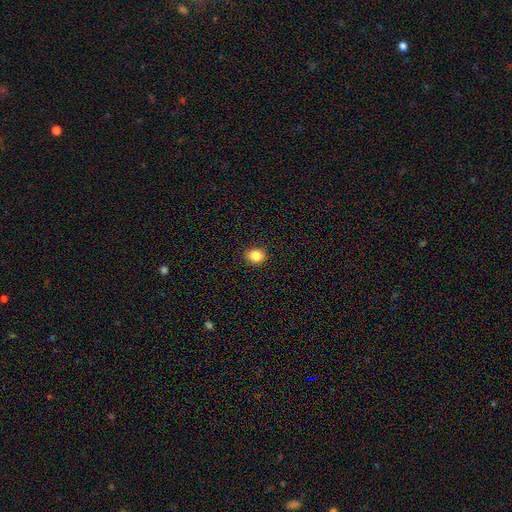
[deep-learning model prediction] A smooth galaxy with no disk features (85%) that is round (73%).

Vote fractions:
- Smooth or featured? smooth: 85% / star or artifact: 10% / featured or disk: 4%
- How rounded? round: 73% / in between: 26% / cigar-shaped: 1%
- Merging? none: 91% / minor disturbance: 6% / major disturbance: 2% / merger: 1%